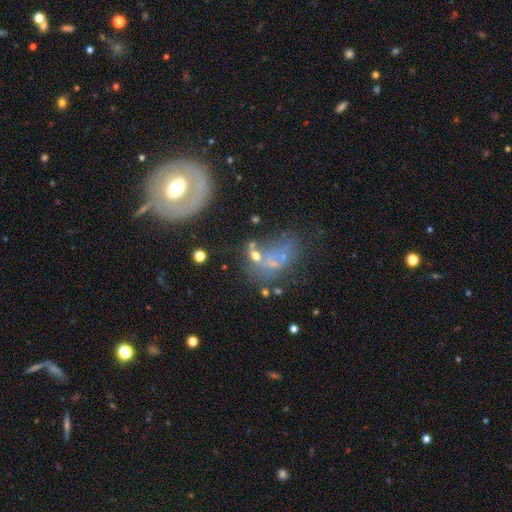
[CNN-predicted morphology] featured or disk 43%, smooth 37%, star or artifact 20%. Down the decision tree: merging — none (33%).